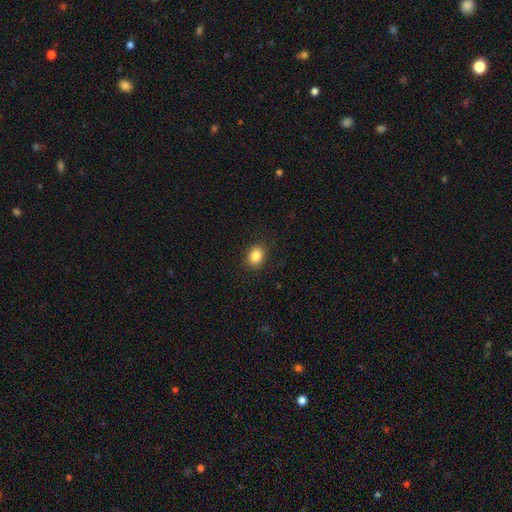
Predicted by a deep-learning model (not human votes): smooth_or_featured: smooth (p=0.86) [alt: star or artifact p=0.09]
how_rounded: in between (p=0.61) [alt: round p=0.38]
merging: none (p=0.89) [alt: minor disturbance p=0.08]